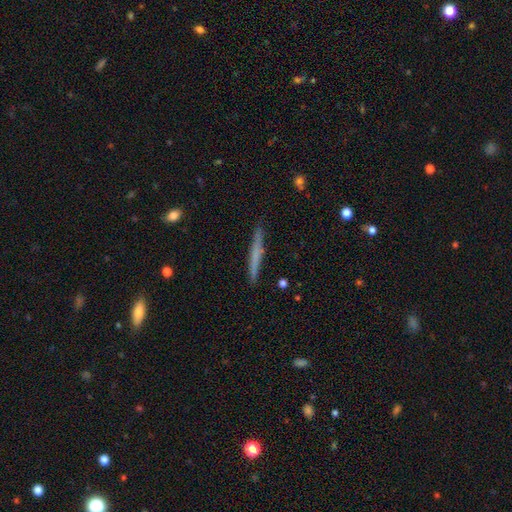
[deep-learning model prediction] smooth 51%, featured or disk 42%, star or artifact 7%. Down the decision tree: how rounded — cigar-shaped (96%); merging — none (89%).